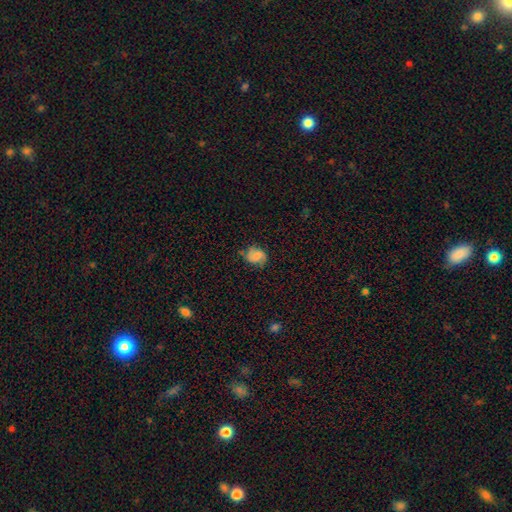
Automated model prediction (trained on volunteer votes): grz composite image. It shows a smooth galaxy with no disk features (47%). Merging: none (67%).